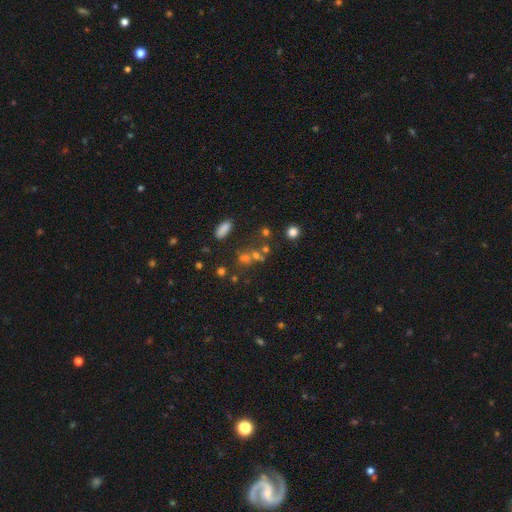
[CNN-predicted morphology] This is possibly a smooth galaxy (48%). Merging: possibly none (53%).